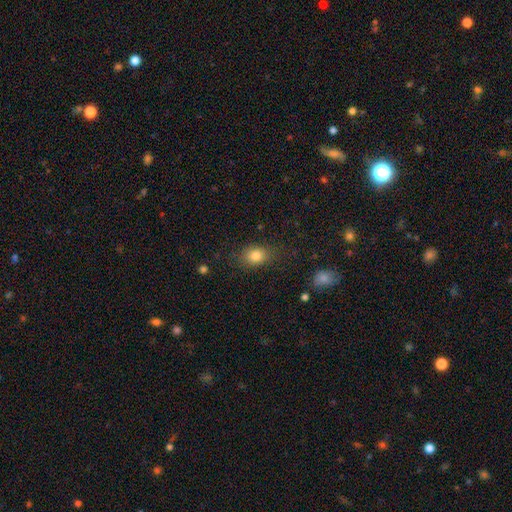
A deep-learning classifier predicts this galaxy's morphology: type=smooth (82%); roundness=in between (62%); merging=none (77%).